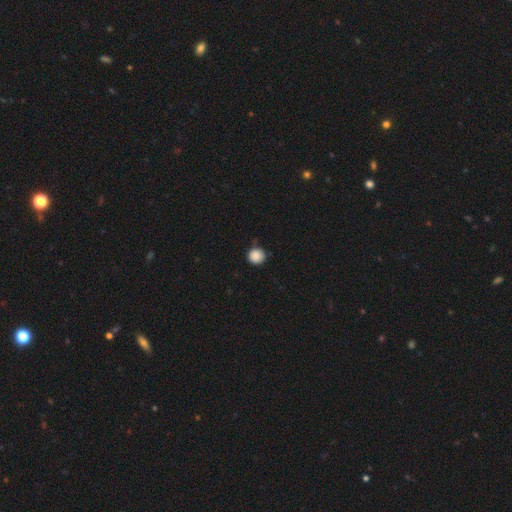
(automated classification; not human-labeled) Smooth or featured?
  - smooth: 88% *
  - star or artifact: 9%
  - featured or disk: 3%
How rounded?
  - round: 95% *
  - in between: 4%
  - cigar-shaped: 1%
Merging?
  - none: 84% *
  - minor disturbance: 12%
  - major disturbance: 2%
  - merger: 2%